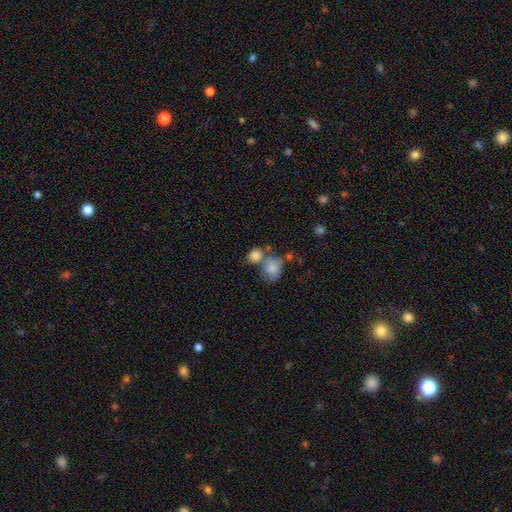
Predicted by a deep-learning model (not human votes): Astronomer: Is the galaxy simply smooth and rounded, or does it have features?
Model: smooth — 83%.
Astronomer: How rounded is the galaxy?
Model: round — 57% (runner-up: in between, 42%).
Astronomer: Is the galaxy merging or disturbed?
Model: merger — 46% (runner-up: none, 38%).